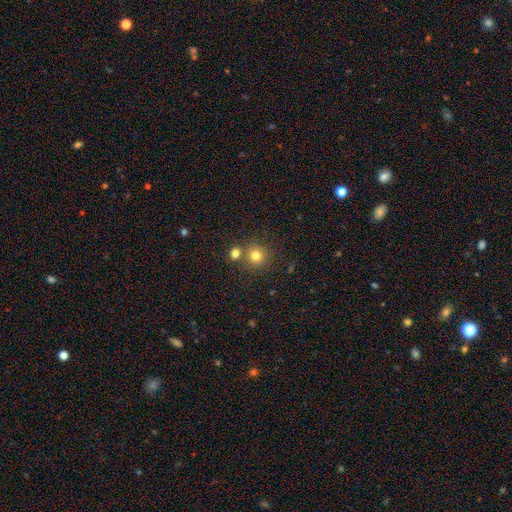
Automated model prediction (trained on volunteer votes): Q: Smooth or featured?
A: smooth (78%); runner-up: star or artifact (14%)
Q: How rounded?
A: round (91%); runner-up: in between (8%)
Q: Merging?
A: none (70%); runner-up: merger (20%)